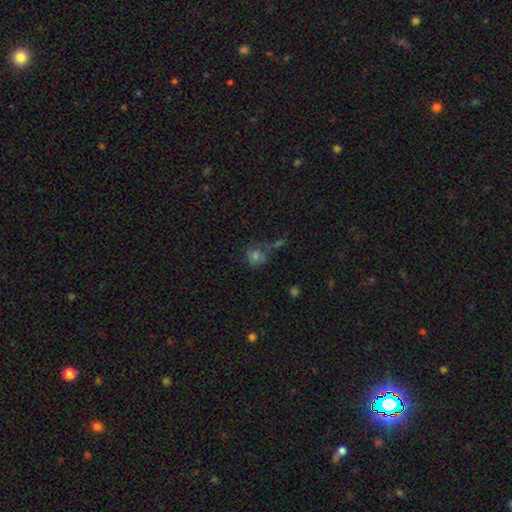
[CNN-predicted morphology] Overall: smooth (63%). How rounded: round (83%). Merging: none (55%; merger 18%).